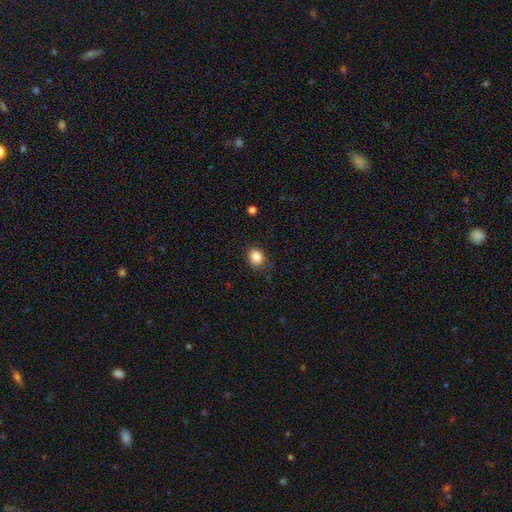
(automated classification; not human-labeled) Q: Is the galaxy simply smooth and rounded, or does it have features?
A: smooth — 86%.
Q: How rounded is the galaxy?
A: round — 56%.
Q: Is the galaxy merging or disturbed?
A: none — 78%.